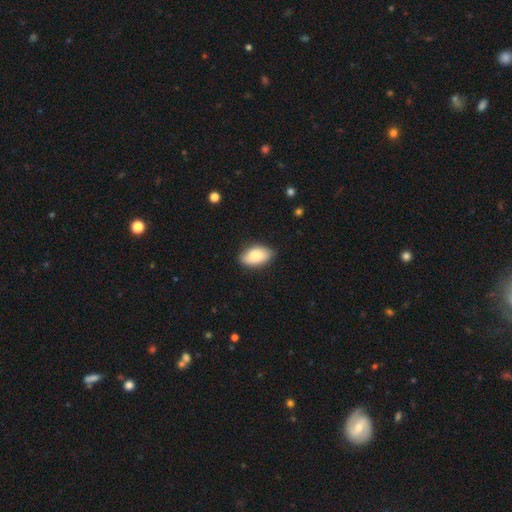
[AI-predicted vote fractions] Overall: smooth (86%). How rounded: in between (94%). Merging: none (80%).